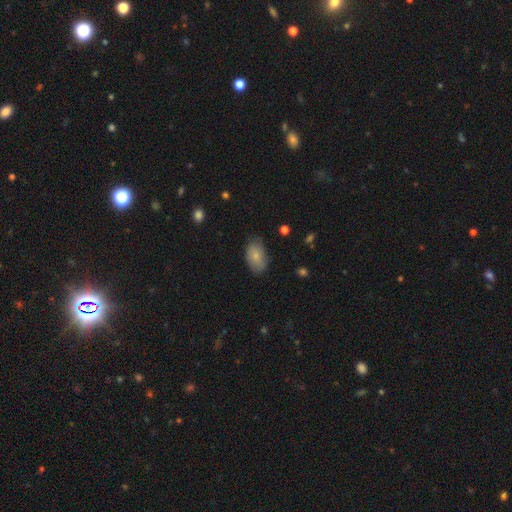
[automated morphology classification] smooth-or-featured: smooth: 79% | featured or disk: 14% | star or artifact: 7%
  how-rounded: in between: 92% | round: 7% | cigar-shaped: 1%
  merging: none: 74% | minor disturbance: 21% | major disturbance: 4% | merger: 1%